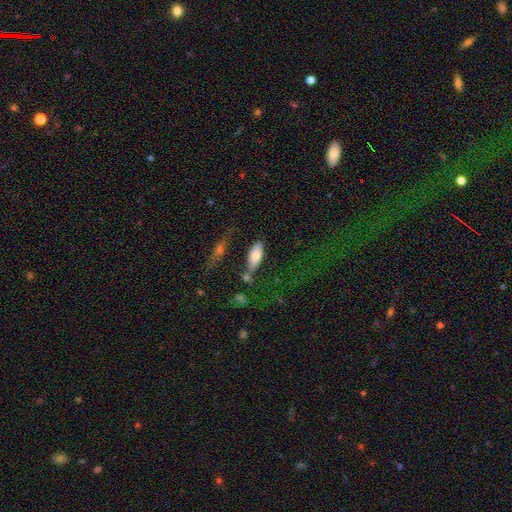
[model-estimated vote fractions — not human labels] smooth-or-featured: smooth: 73% | featured or disk: 19% | star or artifact: 7%
  how-rounded: in between: 82% | cigar-shaped: 15% | round: 2%
  merging: none: 66% | minor disturbance: 18% | merger: 11% | major disturbance: 6%